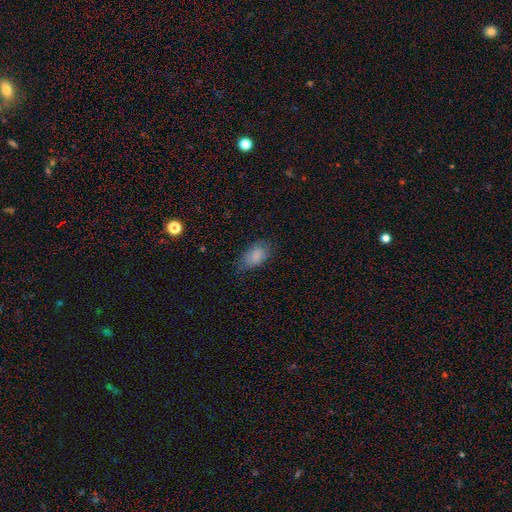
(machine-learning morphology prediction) smooth_or_featured: smooth (p=0.85) [alt: star or artifact p=0.08]
how_rounded: in between (p=0.91) [alt: round p=0.06]
merging: none (p=0.68) [alt: minor disturbance p=0.24]